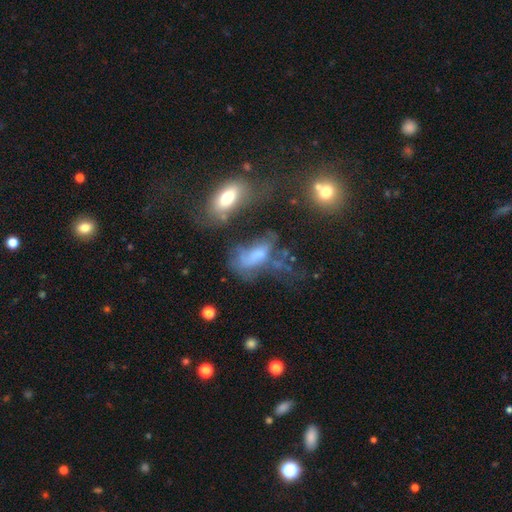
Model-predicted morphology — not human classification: Smooth or featured: smooth — 46% (featured or disk — 37%)
Merging: major disturbance — 35% (none — 25%)